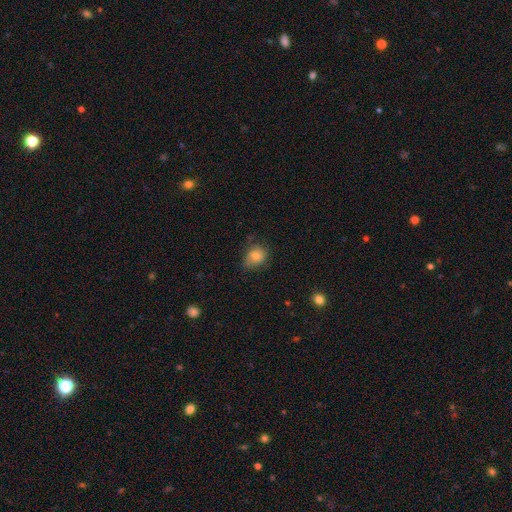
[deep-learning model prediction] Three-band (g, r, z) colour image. It shows a smooth galaxy with no disk features (77%) that is round (67%). Merging: none (63%).